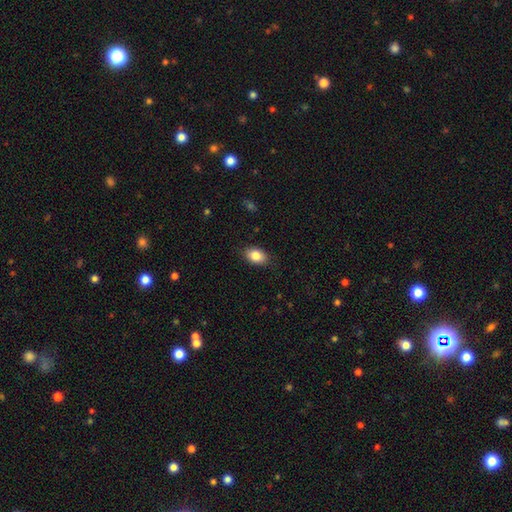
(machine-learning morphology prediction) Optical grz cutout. It shows a smooth galaxy with no disk features (85%) that is in between round and cigar-shaped (85%). Merging: none (86%).